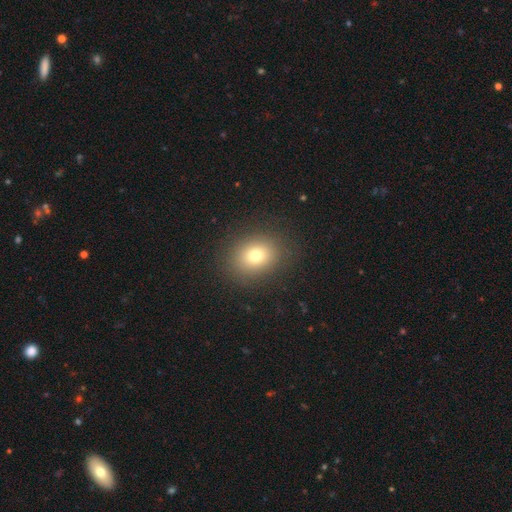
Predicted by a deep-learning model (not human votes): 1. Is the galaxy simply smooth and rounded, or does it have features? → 75% smooth, 14% star or artifact, 11% featured or disk.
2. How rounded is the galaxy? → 54% round, 45% in between, 1% cigar-shaped.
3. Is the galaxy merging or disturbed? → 87% none, 8% minor disturbance, 4% major disturbance, 1% merger.